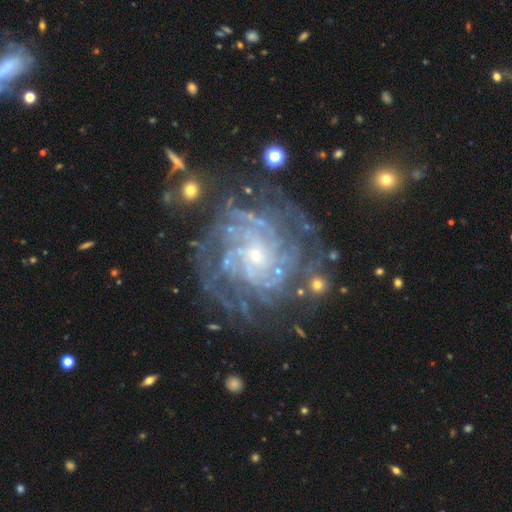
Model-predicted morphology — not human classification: smooth-or-featured: featured or disk: 89% | star or artifact: 7% | smooth: 5%
  disk-edge-on: no: 98% | yes: 2%
    bar: no: 67% | weak: 26% | strong: 7%
    has-spiral-arms: yes: 97% | no: 3%
      spiral-winding: tight: 71% | medium: 24% | loose: 5%
      spiral-arm-count: can't tell: 25% | more than 4: 23% | 4: 22% | 3: 12% | 2: 9% | 1: 8%
    bulge-size: small: 76% | moderate: 17% | none: 4% | large: 2% | dominant: 1%
  merging: none: 74% | minor disturbance: 15% | major disturbance: 9% | merger: 3%